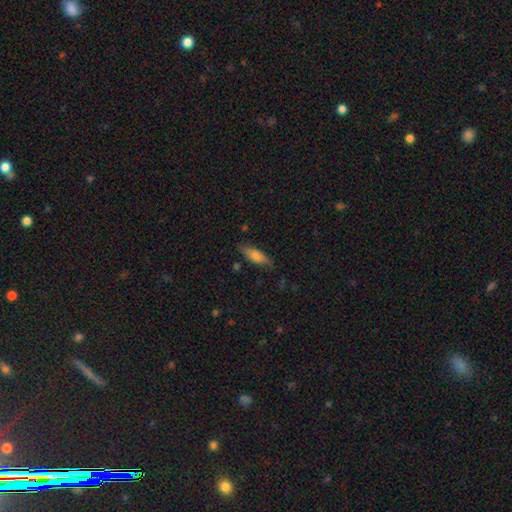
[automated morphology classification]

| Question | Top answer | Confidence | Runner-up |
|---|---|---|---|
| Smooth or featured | smooth | 68% | featured or disk (25%) |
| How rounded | in between | 55% | cigar-shaped (43%) |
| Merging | none | 77% | minor disturbance (18%) |